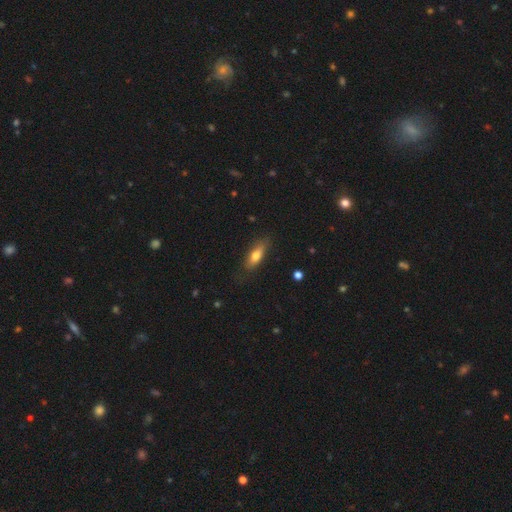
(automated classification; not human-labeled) Smooth or featured: smooth — 70% (featured or disk — 24%)
How rounded: in between — 61% (cigar-shaped — 36%)
Merging: none — 80% (minor disturbance — 16%)